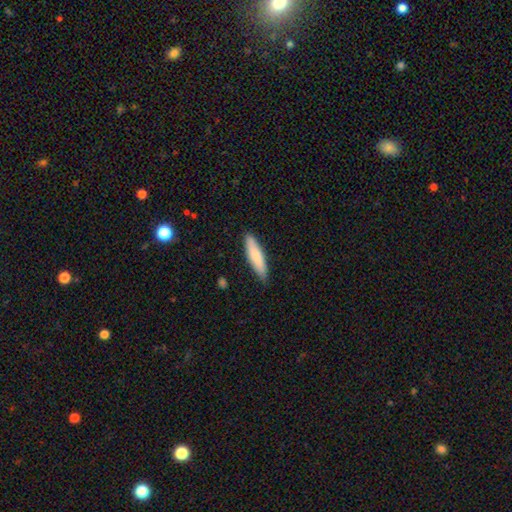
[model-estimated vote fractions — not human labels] smooth_or_featured: smooth (p=0.81) [alt: featured or disk p=0.14]
how_rounded: cigar-shaped (p=0.70) [alt: in between p=0.28]
merging: none (p=0.84) [alt: minor disturbance p=0.13]